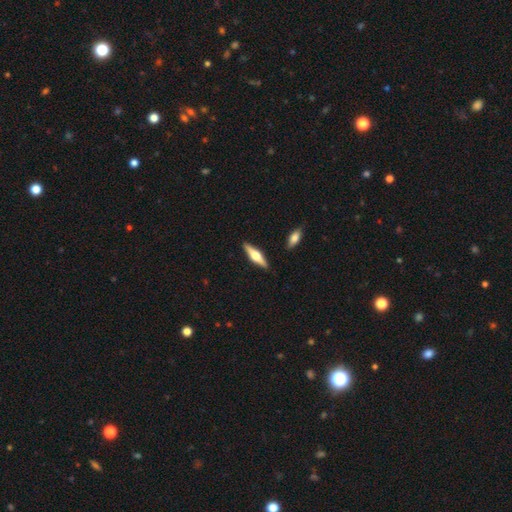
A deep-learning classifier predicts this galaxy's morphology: smooth_or_featured: featured or disk (p=0.62) [alt: smooth p=0.32]
disk_edge_on: yes (p=0.96) [alt: no p=0.04]
edge_on_bulge: rounded (p=0.93) [alt: boxy p=0.05]
merging: none (p=0.89) [alt: minor disturbance p=0.07]